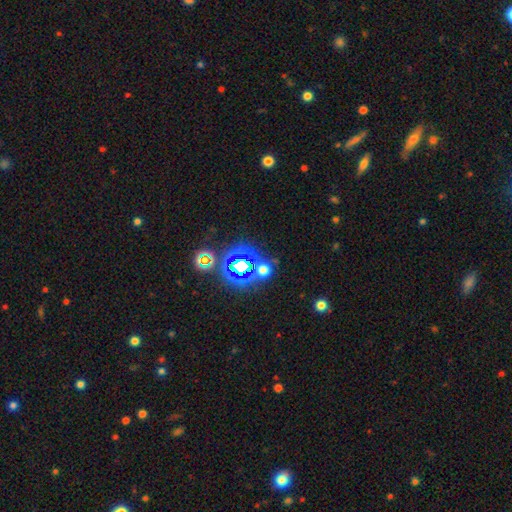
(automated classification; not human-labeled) Smooth or featured? star or artifact (66%)